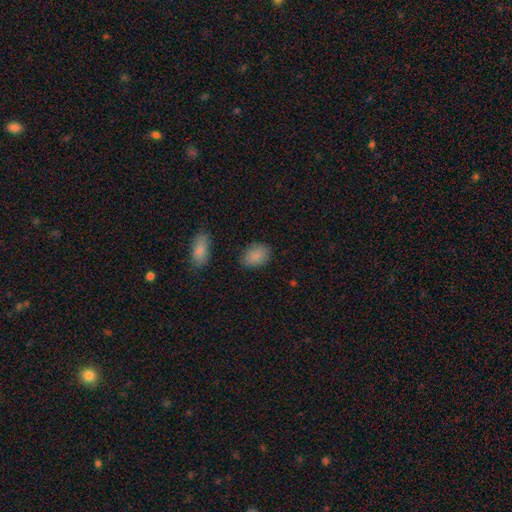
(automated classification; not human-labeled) Smooth or featured? Predicted: smooth (p=0.87). How rounded? Predicted: in between (p=0.79). Merging? Predicted: none (p=0.81).